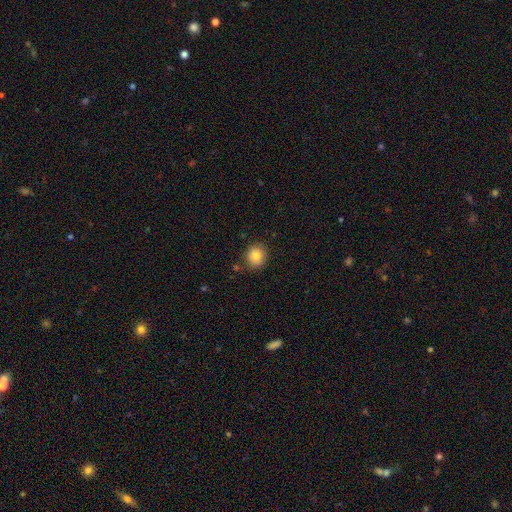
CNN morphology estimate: A smooth galaxy with no disk features (84%) that is round (82%). Merging: none (86%).